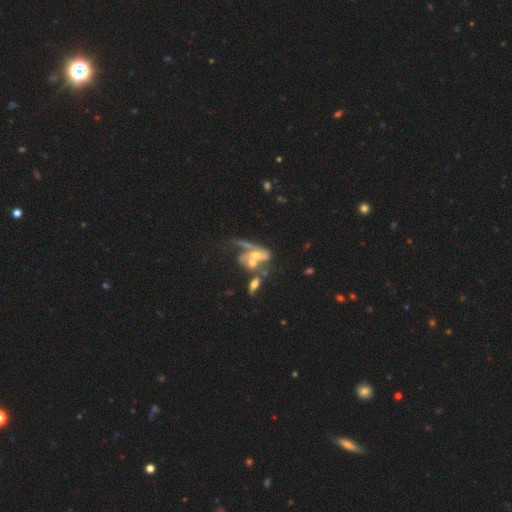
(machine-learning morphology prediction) type=featured or disk (71%); edge-on=no (92%); bar=no (63%); spiral arms=yes (70%); bulge=moderate (53%); merging=merger (56%).